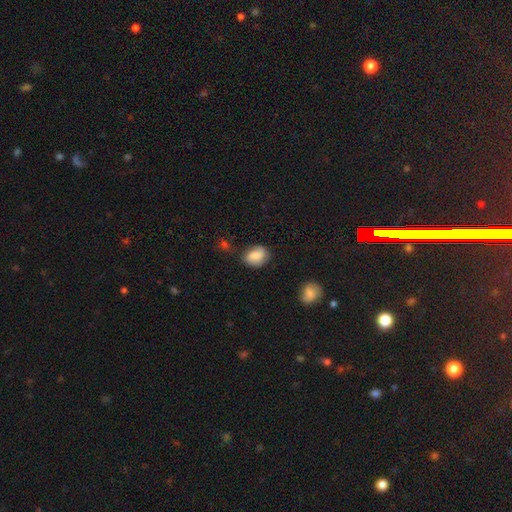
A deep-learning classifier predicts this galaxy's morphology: Smooth or featured: smooth — 71% (featured or disk — 20%)
How rounded: in between — 63% (round — 35%)
Merging: none — 60% (minor disturbance — 28%)